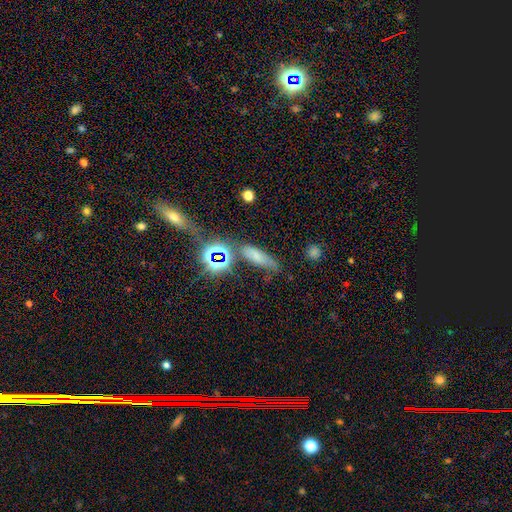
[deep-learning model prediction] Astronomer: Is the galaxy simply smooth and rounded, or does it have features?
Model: smooth — 59%.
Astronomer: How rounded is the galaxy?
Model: cigar-shaped — 47% (runner-up: in between, 46%).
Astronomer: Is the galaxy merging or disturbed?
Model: none — 61%.